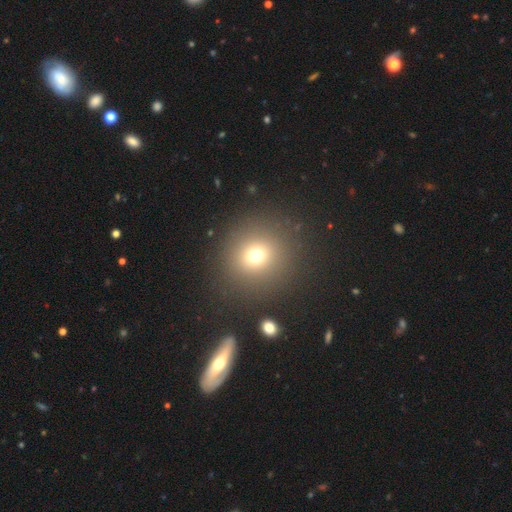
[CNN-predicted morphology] Smooth or featured: smooth — 71% (star or artifact — 19%)
How rounded: round — 91% (in between — 8%)
Merging: none — 86% (minor disturbance — 7%)